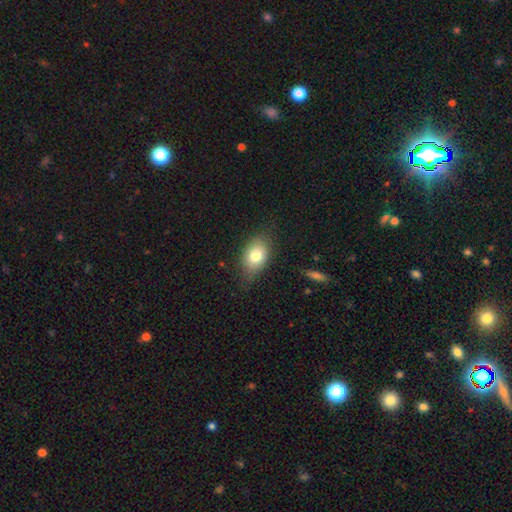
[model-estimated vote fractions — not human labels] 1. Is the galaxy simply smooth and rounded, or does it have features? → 77% smooth, 14% featured or disk, 9% star or artifact.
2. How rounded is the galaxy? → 81% in between, 17% round, 2% cigar-shaped.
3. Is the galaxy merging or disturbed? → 73% none, 21% minor disturbance, 5% major disturbance, 1% merger.